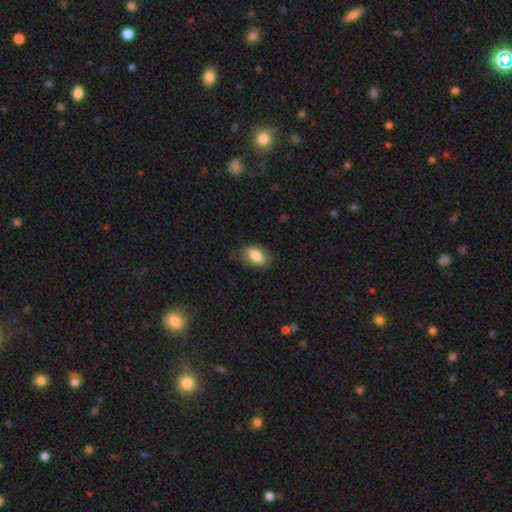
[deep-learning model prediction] This is clearly a smooth galaxy (83%). How rounded: clearly in between (90%). Merging: likely none (71%).